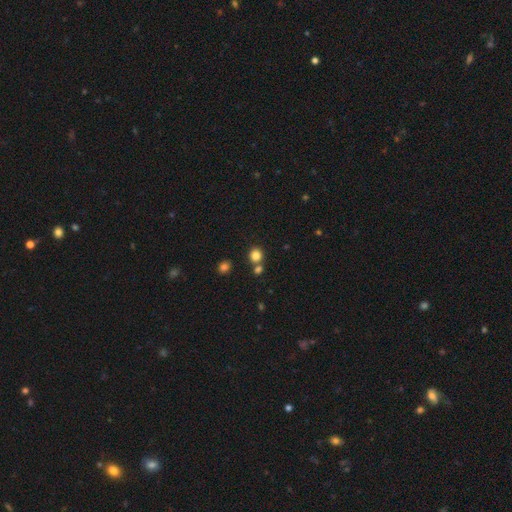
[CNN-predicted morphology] smooth 83%, star or artifact 12%, featured or disk 5%. Down the decision tree: how rounded — round (86%); merging — none (68%).